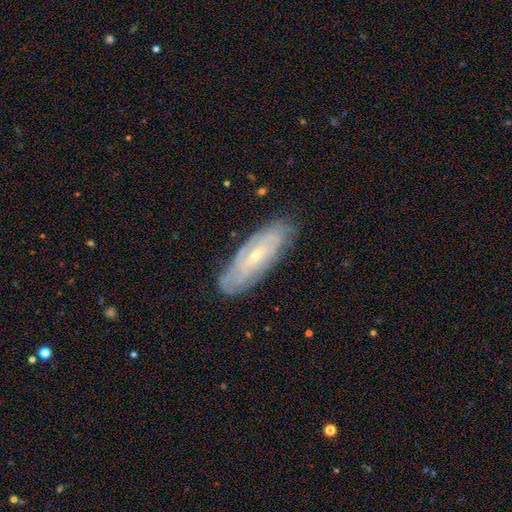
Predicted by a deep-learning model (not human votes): featured or disk 77%, smooth 16%, star or artifact 7%. Down the decision tree: edge-on disk — no (83%); bar — no (48%); spiral arms — yes (85%); spiral arm count — can't tell (58%); spiral winding — tight (72%); bulge size — small (67%); merging — none (82%).